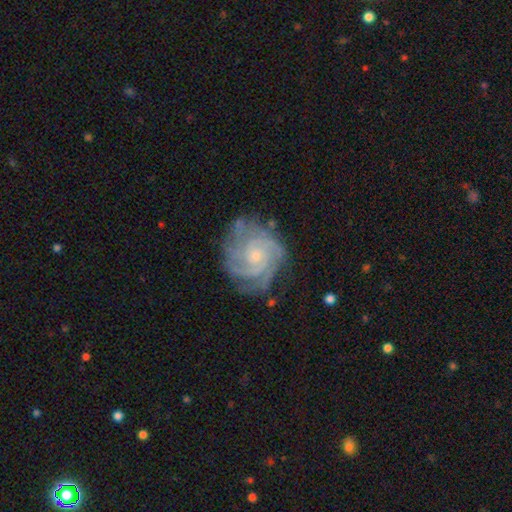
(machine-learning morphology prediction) type=featured or disk (88%); edge-on=no (98%); bar=no (73%); spiral arms=yes (98%); winding=tight (69%); arm count=3 (32%); bulge=small (69%); merging=none (72%).